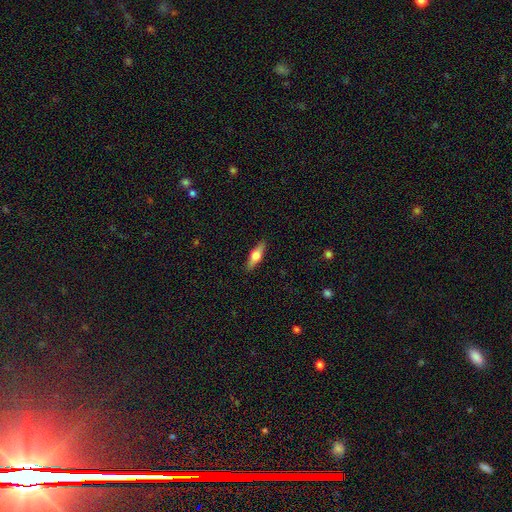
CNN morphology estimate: A smooth galaxy with no disk features (52%) that is cigar-shaped (54%). Merging: none (90%).